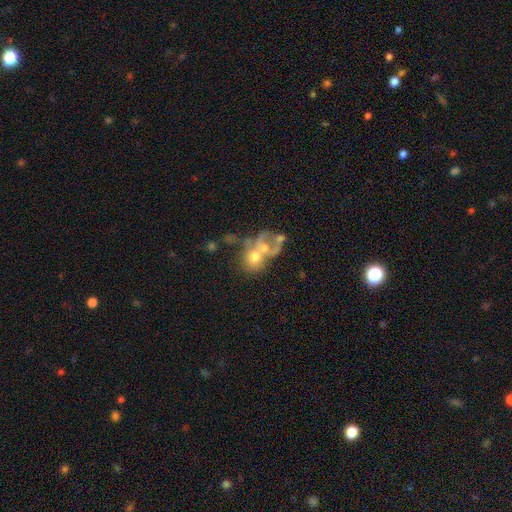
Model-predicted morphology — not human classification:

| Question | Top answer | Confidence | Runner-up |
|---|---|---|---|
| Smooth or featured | featured or disk | 49% | smooth (36%) |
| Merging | merger | 52% | major disturbance (20%) |